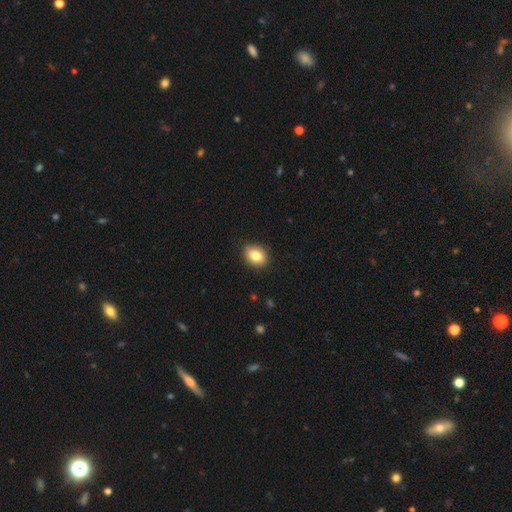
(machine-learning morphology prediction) This is clearly a smooth galaxy (82%). How rounded: possibly in between (54%). Merging: clearly none (83%).